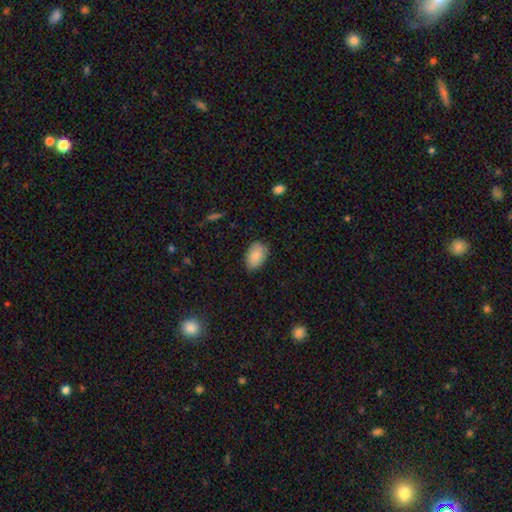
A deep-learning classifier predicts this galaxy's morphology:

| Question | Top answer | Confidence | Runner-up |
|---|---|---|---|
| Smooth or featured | smooth | 85% | featured or disk (8%) |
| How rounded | in between | 90% | round (9%) |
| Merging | none | 82% | minor disturbance (15%) |